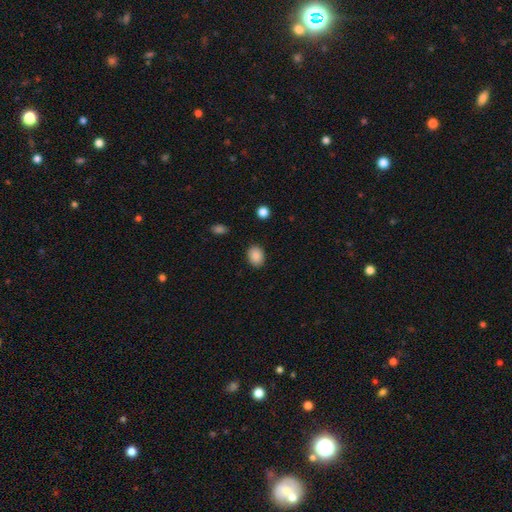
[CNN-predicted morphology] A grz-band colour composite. It shows a smooth galaxy with no disk features (88%) that is in between round and cigar-shaped (64%). Merging: none (87%).